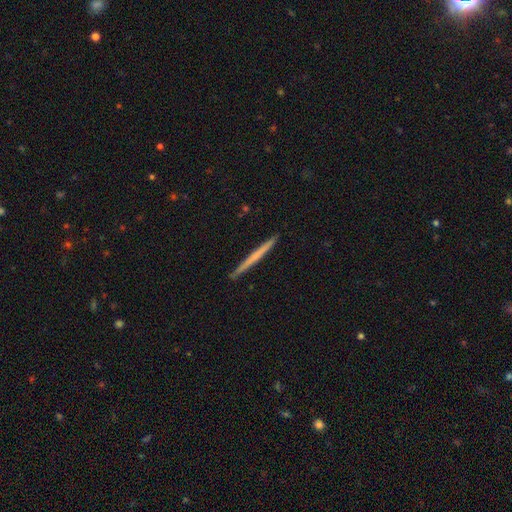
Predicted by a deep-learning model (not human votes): Smooth or featured? smooth (50%)
How rounded? cigar-shaped (97%)
Merging? none (92%)